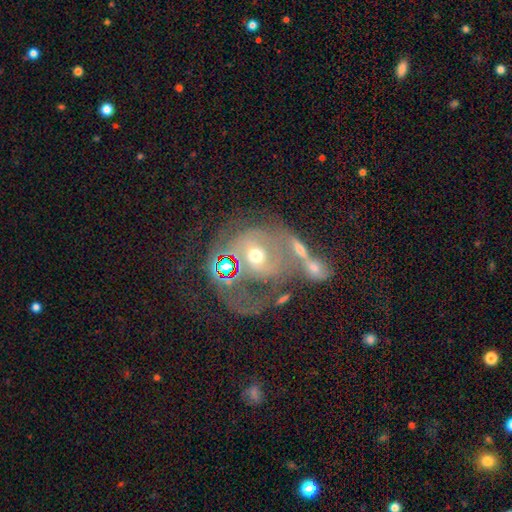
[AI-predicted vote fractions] Morphology: type=featured or disk (66%); edge-on=no (95%); bar=no (66%); spiral arms=yes (69%); bulge=moderate (64%); merging=merger (40%).